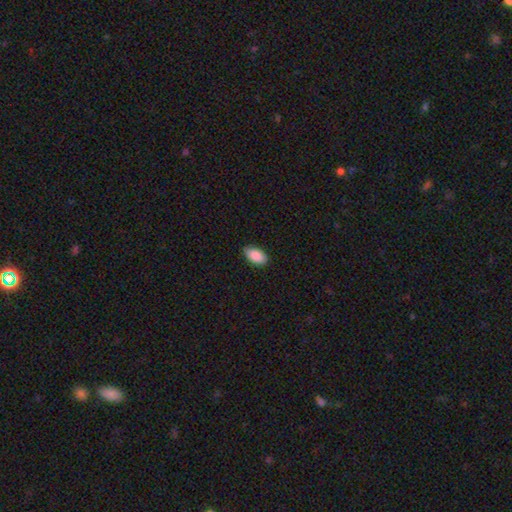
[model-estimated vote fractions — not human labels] The model was most divided on "merging": none: 86%, minor disturbance: 11%, major disturbance: 2%, merger: 1%. More confident: how rounded — in between (95%); smooth or featured — smooth (89%).